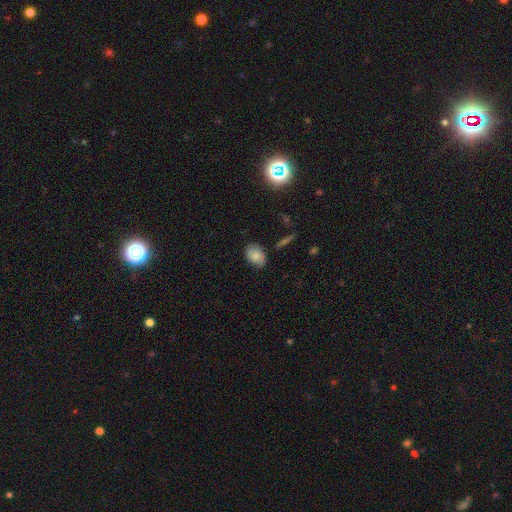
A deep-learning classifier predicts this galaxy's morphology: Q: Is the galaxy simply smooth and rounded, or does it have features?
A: smooth — 77%.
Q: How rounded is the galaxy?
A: in between — 71%.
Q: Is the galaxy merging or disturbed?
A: none — 70%.